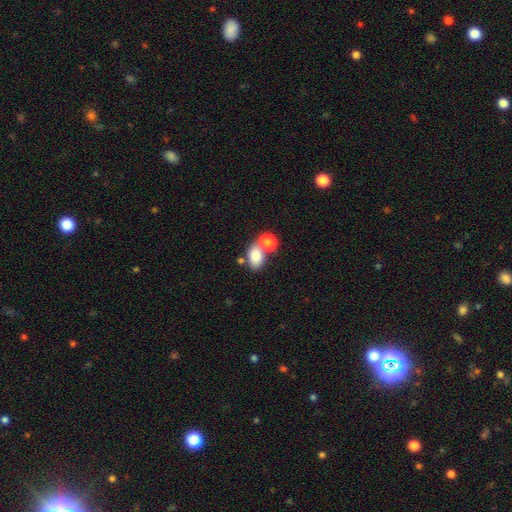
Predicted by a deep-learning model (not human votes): Smooth or featured? Predicted: smooth (p=0.81). How rounded? Predicted: in between (p=0.79). Merging? Predicted: none (p=0.46).